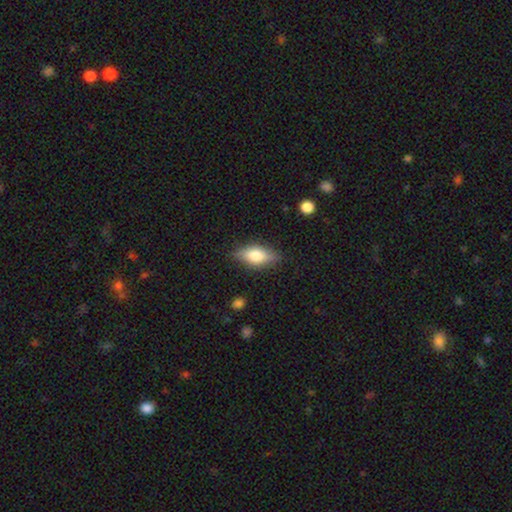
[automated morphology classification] smooth-or-featured: smooth: 64% | featured or disk: 29% | star or artifact: 8%
  how-rounded: in between: 78% | cigar-shaped: 17% | round: 4%
  merging: none: 81% | minor disturbance: 14% | major disturbance: 3% | merger: 1%